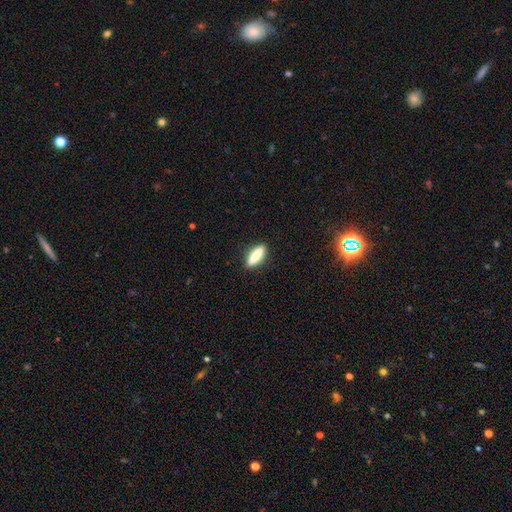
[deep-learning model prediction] The model was most divided on "how rounded": cigar-shaped: 65%, in between: 33%, round: 2%. More confident: merging — none (89%); smooth or featured — smooth (82%).